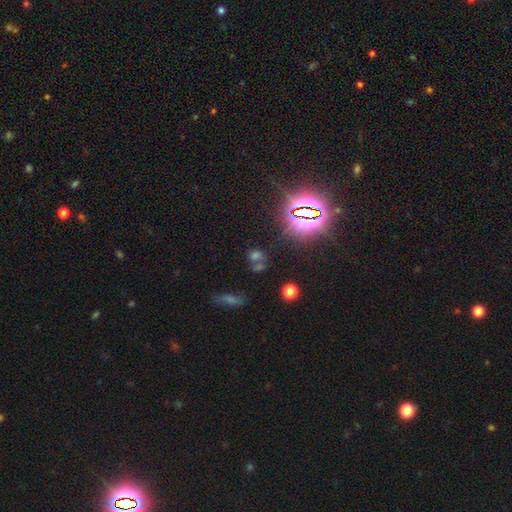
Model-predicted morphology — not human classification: Smooth or featured? star or artifact (46%)